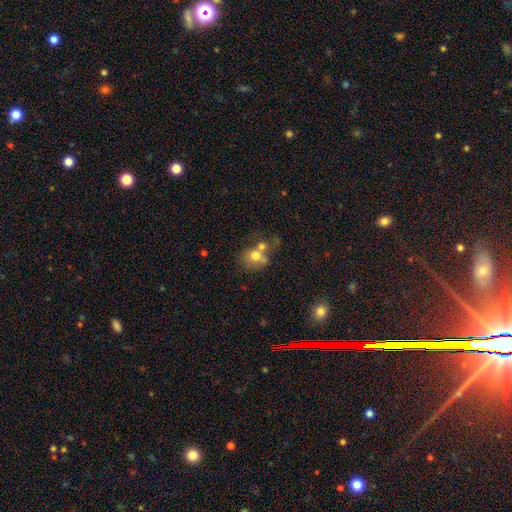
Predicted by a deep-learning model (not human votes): The model was most divided on "merging": merger: 50%, none: 33%, minor disturbance: 11%, major disturbance: 7%. More confident: smooth or featured — smooth (69%); how rounded — round (67%).